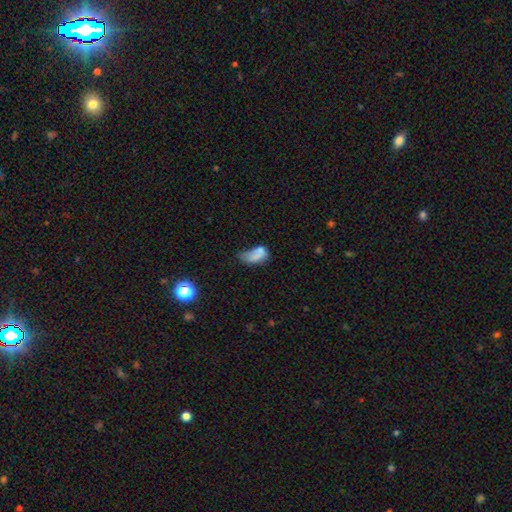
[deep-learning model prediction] smooth_or_featured: smooth (p=0.69) [alt: featured or disk p=0.19]
how_rounded: in between (p=0.89) [alt: round p=0.07]
merging: major disturbance (p=0.34) [alt: minor disturbance p=0.30]